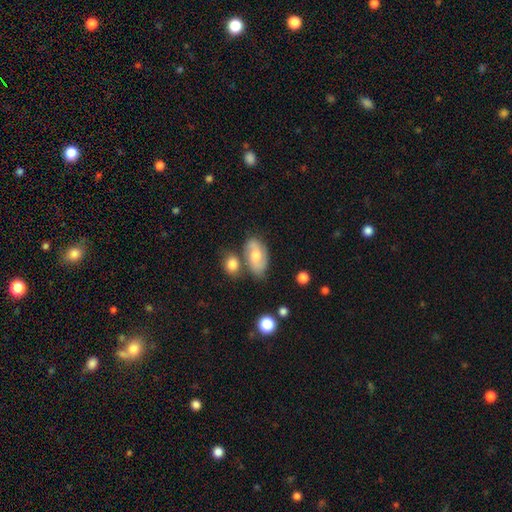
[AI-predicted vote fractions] Overall: featured or disk (49%; smooth 42%). Merging: none (58%; minor disturbance 19%).